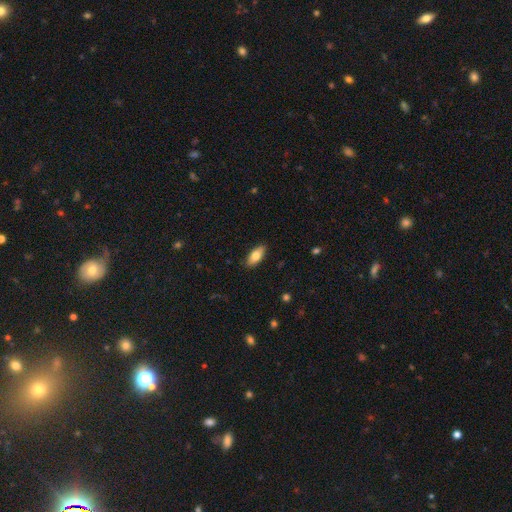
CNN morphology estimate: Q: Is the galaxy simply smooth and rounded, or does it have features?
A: smooth — 78%.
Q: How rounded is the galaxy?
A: in between — 85%.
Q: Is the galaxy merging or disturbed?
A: none — 89%.